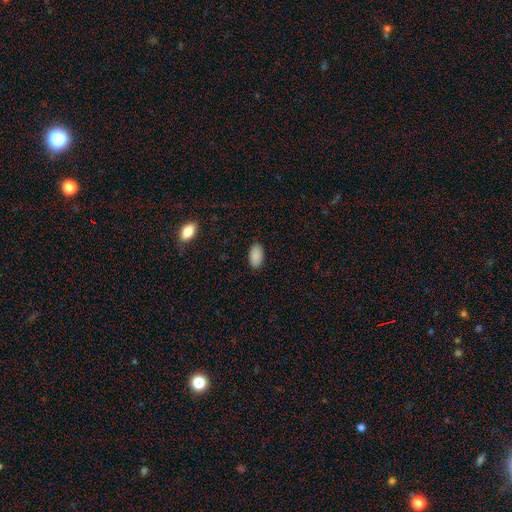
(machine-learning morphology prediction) Overall: smooth (89%). How rounded: in between (95%). Merging: none (88%).